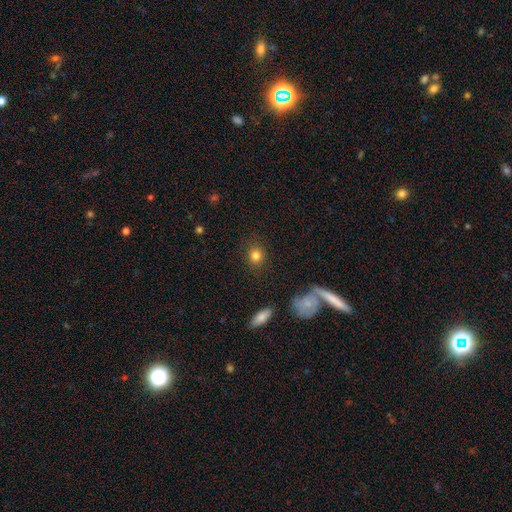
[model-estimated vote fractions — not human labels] Q: Smooth or featured?
A: smooth (82%); runner-up: star or artifact (11%)
Q: How rounded?
A: round (76%); runner-up: in between (22%)
Q: Merging?
A: none (85%); runner-up: minor disturbance (9%)